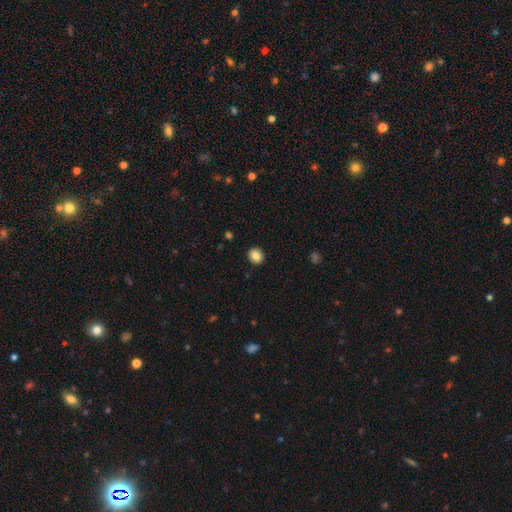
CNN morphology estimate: This is clearly a smooth galaxy (85%). How rounded: likely round (69%). Merging: clearly none (91%).